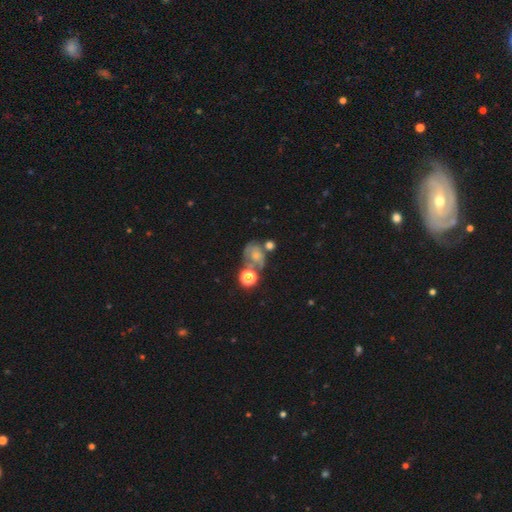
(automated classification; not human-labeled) smooth_or_featured: featured or disk (p=0.47) [alt: smooth p=0.38]
merging: none (p=0.38) [alt: merger p=0.25]